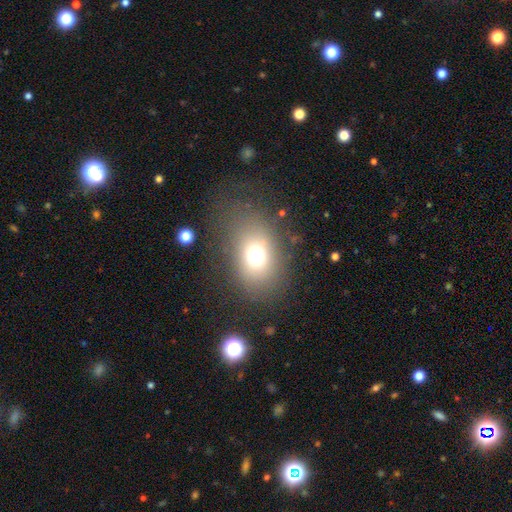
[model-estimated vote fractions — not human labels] This is likely a smooth galaxy (69%). How rounded: likely in between (61%). Merging: likely none (75%).